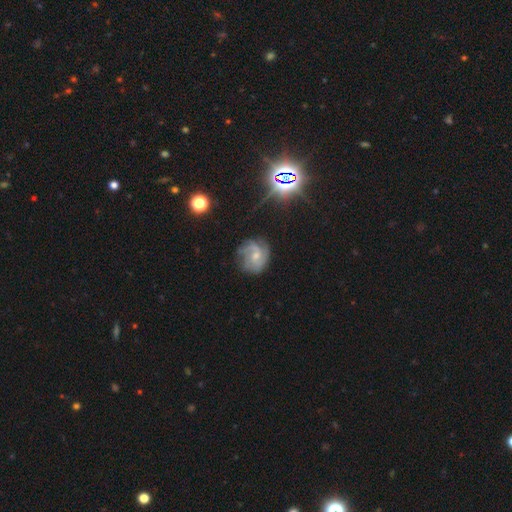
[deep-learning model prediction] A featured or disk galaxy (72%) with no bar (62%), 2 (31%) medium (43%) spiral arms (91%) and a small central bulge (54%). Merging: none (63%).